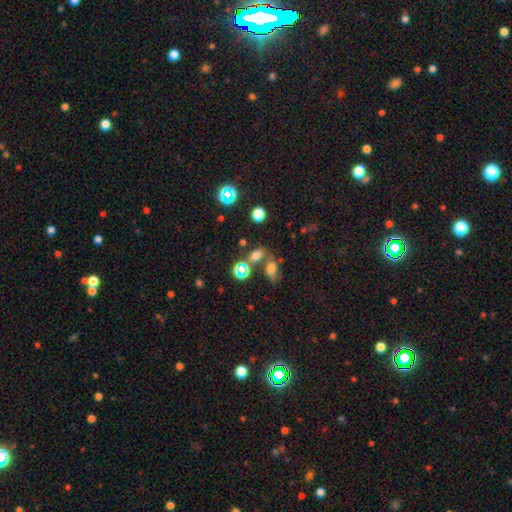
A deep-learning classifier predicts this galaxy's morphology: A smooth galaxy with no disk features (62%) that is in between round and cigar-shaped (70%). Merging: none (54%).